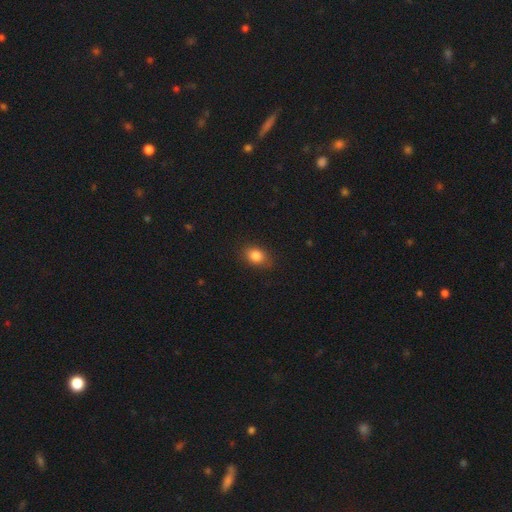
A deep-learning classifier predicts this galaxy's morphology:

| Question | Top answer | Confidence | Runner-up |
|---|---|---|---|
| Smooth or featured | smooth | 84% | star or artifact (10%) |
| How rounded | in between | 73% | round (26%) |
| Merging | none | 83% | minor disturbance (13%) |